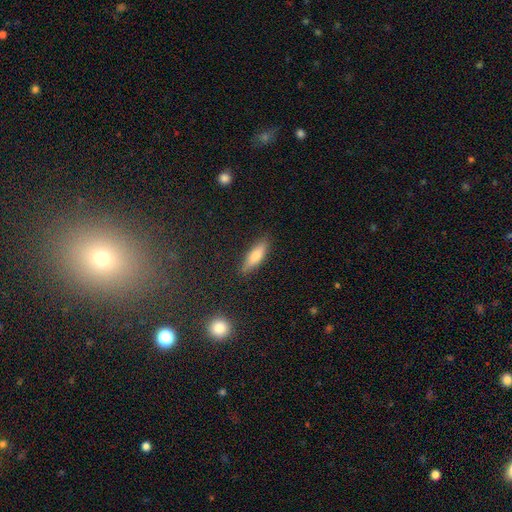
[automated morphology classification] A smooth galaxy with no disk features (66%) that is cigar-shaped (60%). Merging: none (86%).